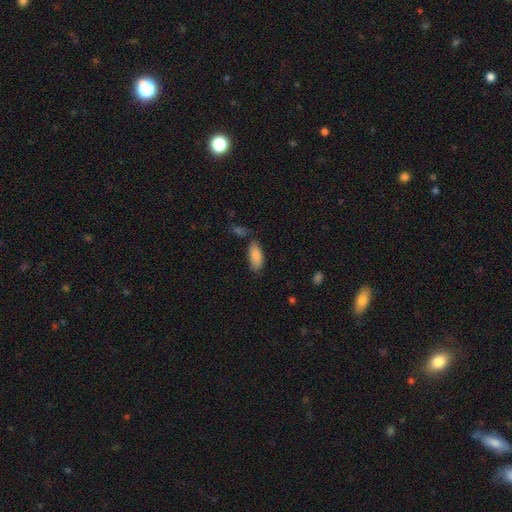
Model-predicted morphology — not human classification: Overall: smooth (87%). How rounded: in between (87%). Merging: none (65%).